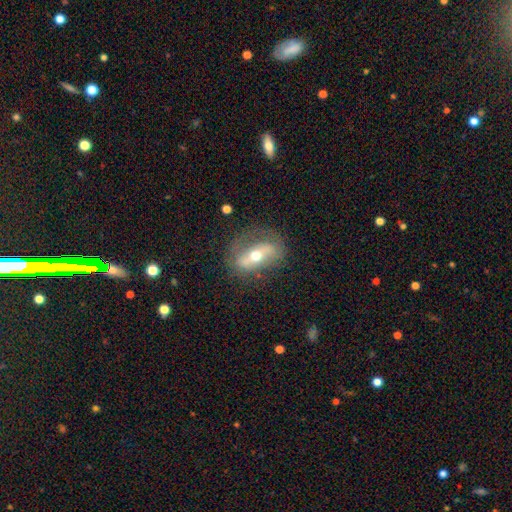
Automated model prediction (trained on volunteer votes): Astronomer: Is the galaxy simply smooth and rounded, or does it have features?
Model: featured or disk — 62%.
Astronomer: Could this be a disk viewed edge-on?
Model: no — 80%.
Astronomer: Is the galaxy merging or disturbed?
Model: none — 66%.